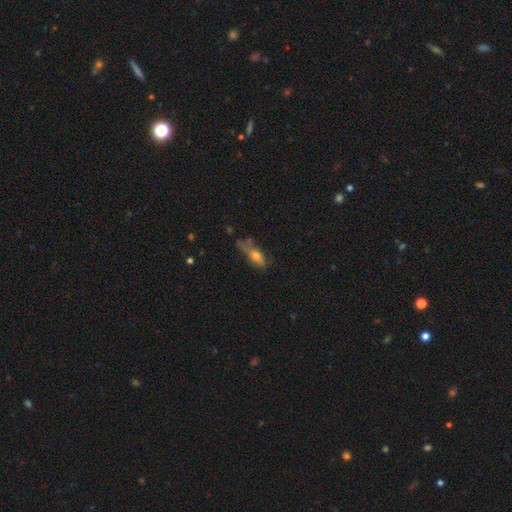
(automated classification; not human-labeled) smooth-or-featured: smooth: 55% | featured or disk: 35% | star or artifact: 10%
  how-rounded: in between: 58% | cigar-shaped: 37% | round: 5%
  merging: none: 38% | minor disturbance: 32% | major disturbance: 24% | merger: 6%